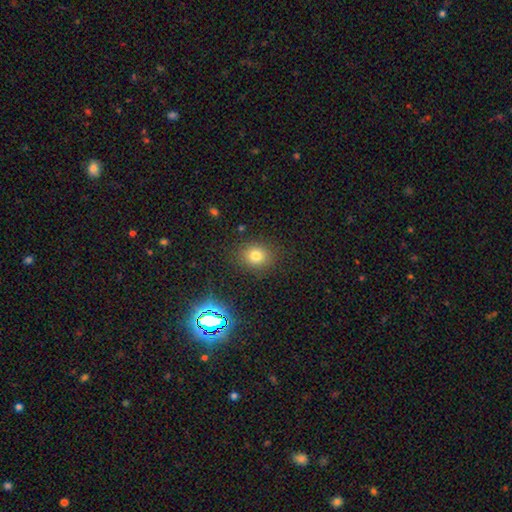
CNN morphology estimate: Q: Smooth or featured?
A: smooth (74%); runner-up: star or artifact (18%)
Q: How rounded?
A: round (67%); runner-up: in between (32%)
Q: Merging?
A: none (85%); runner-up: minor disturbance (9%)